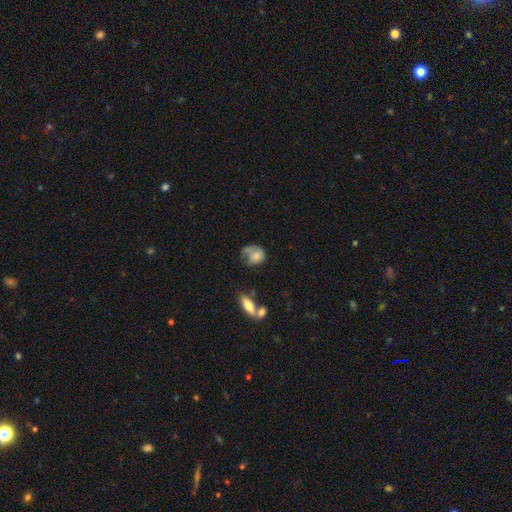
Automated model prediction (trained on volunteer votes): smooth 55%, featured or disk 37%, star or artifact 8%. Down the decision tree: how rounded — in between (57%); merging — major disturbance (37%).